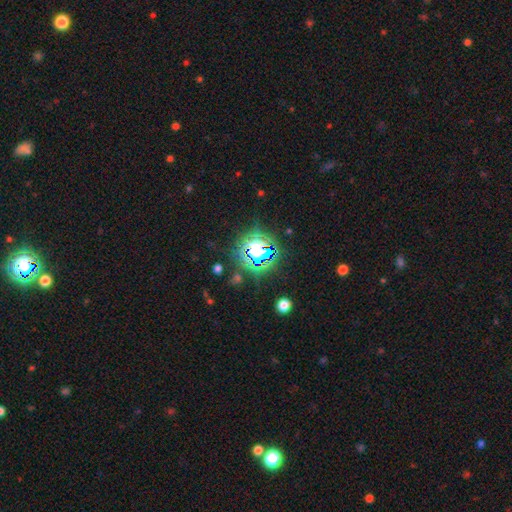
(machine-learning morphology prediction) This appears to be a star or artifact, not a galaxy (70%).